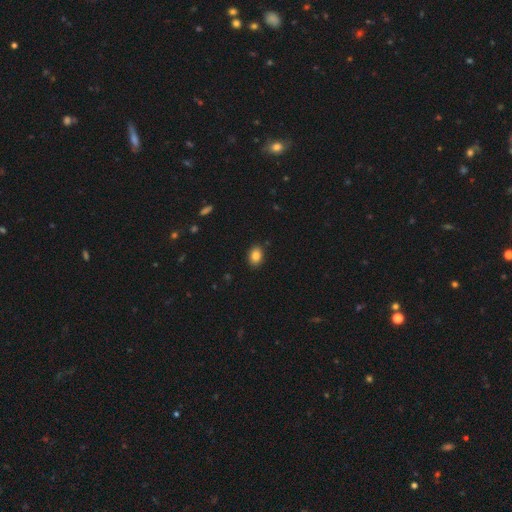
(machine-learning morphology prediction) smooth-or-featured: smooth: 86% | star or artifact: 9% | featured or disk: 5%
  how-rounded: in between: 72% | round: 27% | cigar-shaped: 1%
  merging: none: 87% | minor disturbance: 9% | major disturbance: 2% | merger: 1%